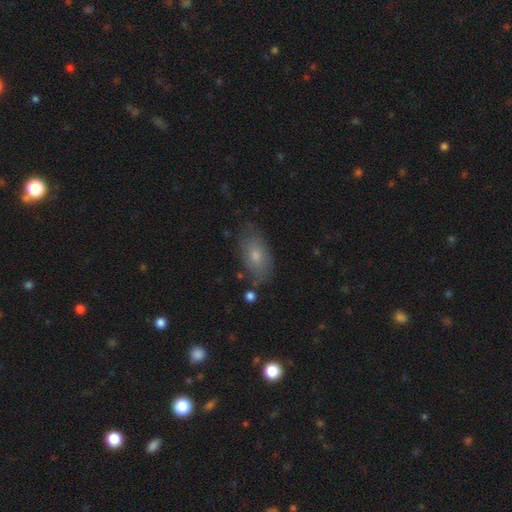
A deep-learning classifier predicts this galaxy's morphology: Q: Smooth or featured?
A: smooth (68%); runner-up: featured or disk (23%)
Q: How rounded?
A: in between (90%); runner-up: round (6%)
Q: Merging?
A: none (71%); runner-up: minor disturbance (21%)